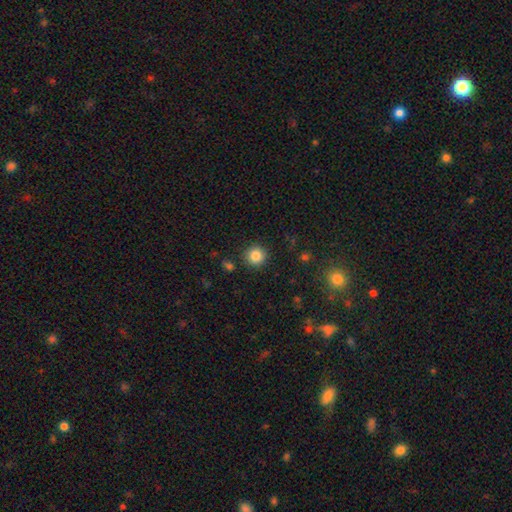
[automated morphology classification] Q: Smooth or featured?
A: smooth (84%); runner-up: star or artifact (11%)
Q: How rounded?
A: round (94%); runner-up: in between (5%)
Q: Merging?
A: none (90%); runner-up: minor disturbance (6%)